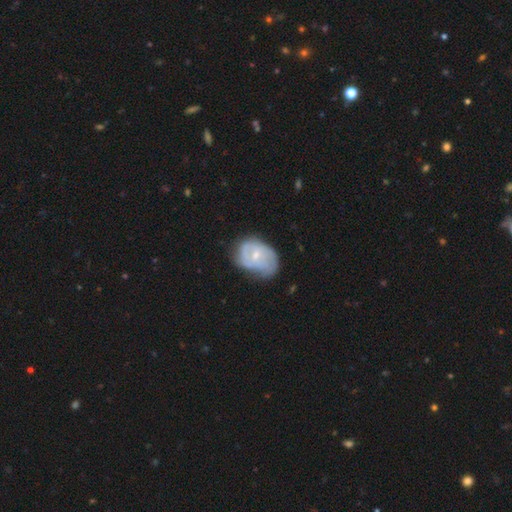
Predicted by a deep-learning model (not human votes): Smooth or featured? featured or disk (63%)
Edge-on disk? no (97%)
Bar? no (63%)
Spiral arms? yes (73%)
Bulge size? small (61%)
Merging? none (45%)